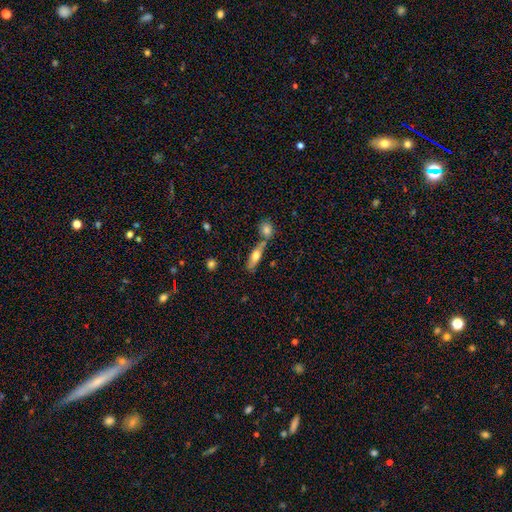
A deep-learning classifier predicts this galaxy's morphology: type=smooth (59%); roundness=in between (48%, tied with cigar-shaped); merging=none (56%).